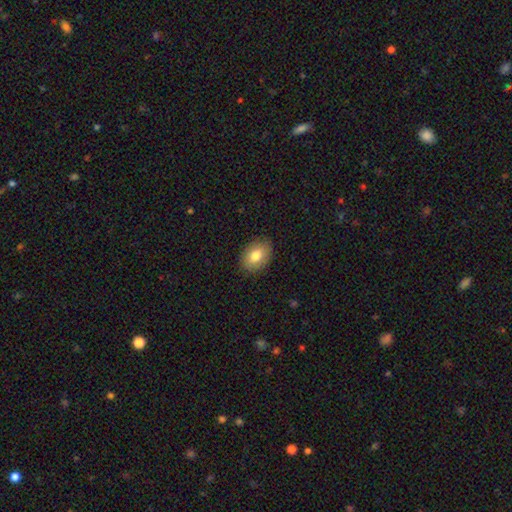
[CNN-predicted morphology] This is likely a smooth galaxy (78%). How rounded: likely in between (77%). Merging: clearly none (87%).